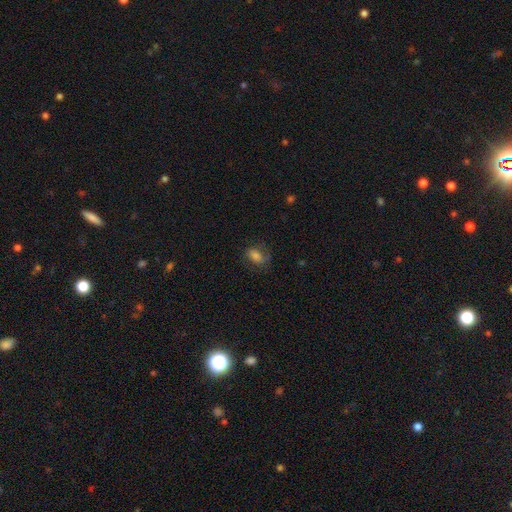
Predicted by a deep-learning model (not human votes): This is likely a smooth galaxy (61%). How rounded: clearly in between (80%). Merging: likely none (62%).